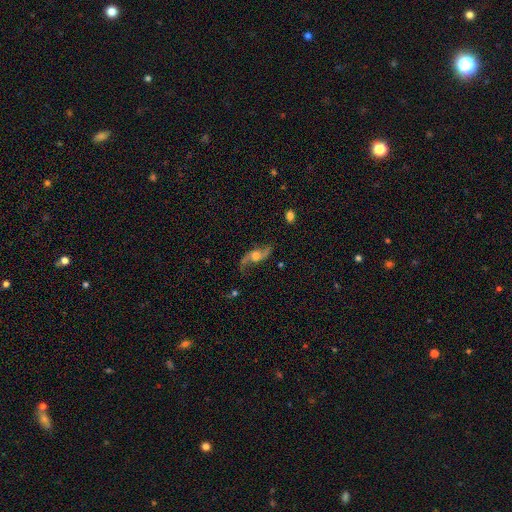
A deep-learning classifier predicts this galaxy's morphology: The model was most divided on "bar": no: 64%, weak: 28%, strong: 8%. More confident: spiral arms — yes (94%); spiral arm count — 2 (92%); edge-on disk — no (89%); smooth or featured — featured or disk (82%); spiral winding — loose (80%); merging — none (70%); bulge size — moderate (58%).